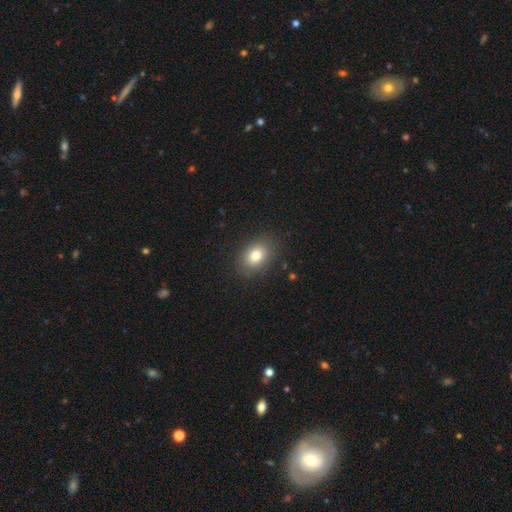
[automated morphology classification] This appears to be a smooth galaxy with no disk features (80%) that is in between round and cigar-shaped (72%). Merging: none (86%).